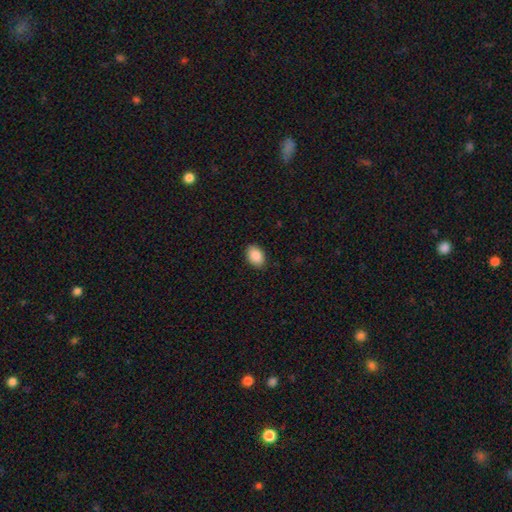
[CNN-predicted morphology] This is clearly a smooth galaxy (90%). How rounded: clearly in between (88%). Merging: clearly none (89%).